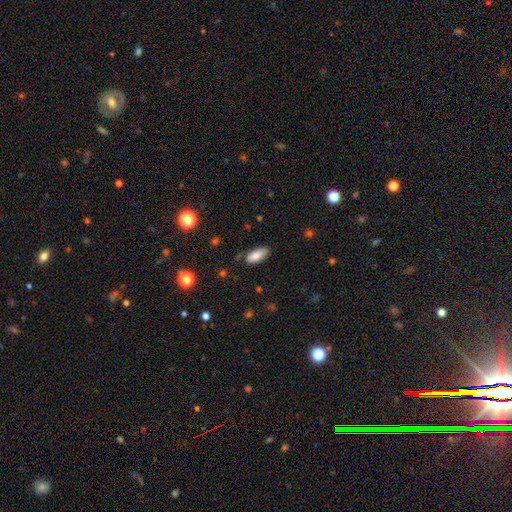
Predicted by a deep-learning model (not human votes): The model was most divided on "merging": none: 75%, minor disturbance: 20%, major disturbance: 4%, merger: 2%. More confident: how rounded — in between (85%); smooth or featured — smooth (82%).